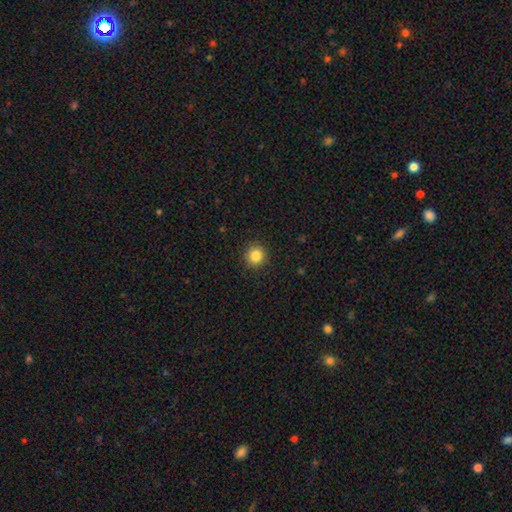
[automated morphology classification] A smooth galaxy with no disk features (85%) that is round (93%). Merging: none (91%).